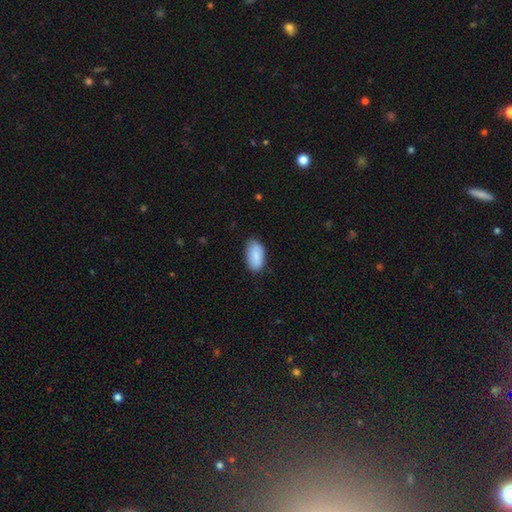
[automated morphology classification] This appears to be a smooth galaxy with no disk features (88%) that is in between round and cigar-shaped (94%). Merging: none (80%).